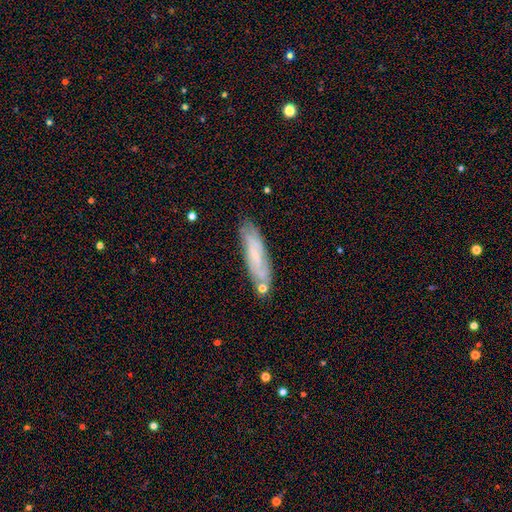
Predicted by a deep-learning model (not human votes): This is possibly a featured or disk galaxy (54%). It is likely not viewed edge-on (68%). Merging: likely none (72%).